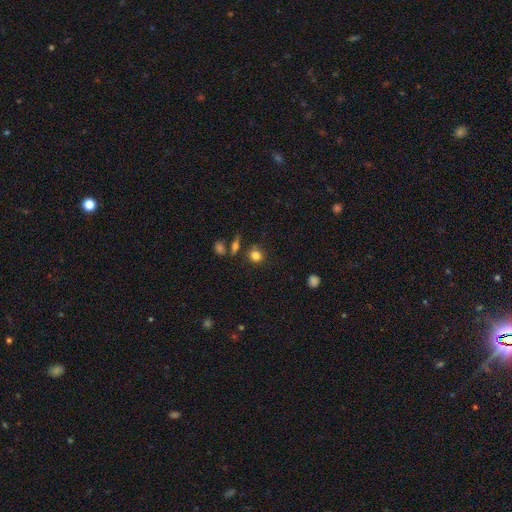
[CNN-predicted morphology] This appears to be a smooth galaxy with no disk features (82%) that is round (81%). Merging: none (77%).